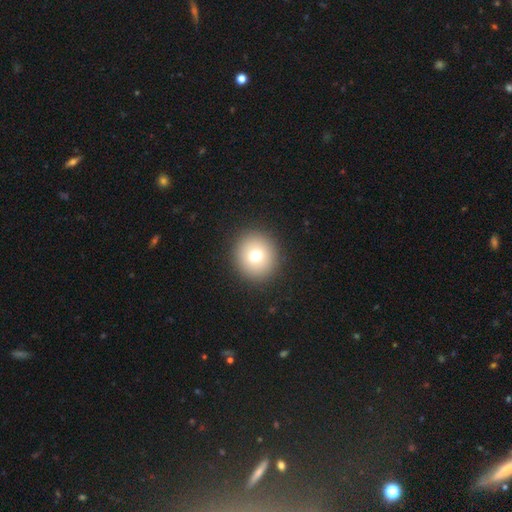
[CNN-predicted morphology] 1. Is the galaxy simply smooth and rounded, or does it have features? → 72% smooth, 14% featured or disk, 13% star or artifact.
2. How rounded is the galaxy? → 91% round, 8% in between, 1% cigar-shaped.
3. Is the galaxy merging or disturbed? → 92% none, 5% minor disturbance, 2% major disturbance, 1% merger.